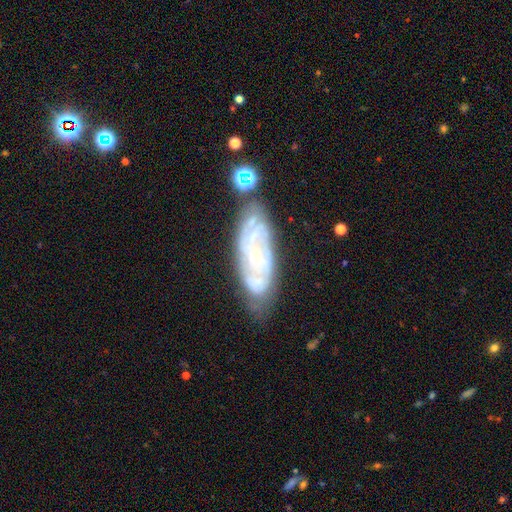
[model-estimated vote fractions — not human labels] A featured or disk galaxy (72%) with no bar (69%), spiral arms (79%) and a small central bulge (66%). Merging: none (64%).